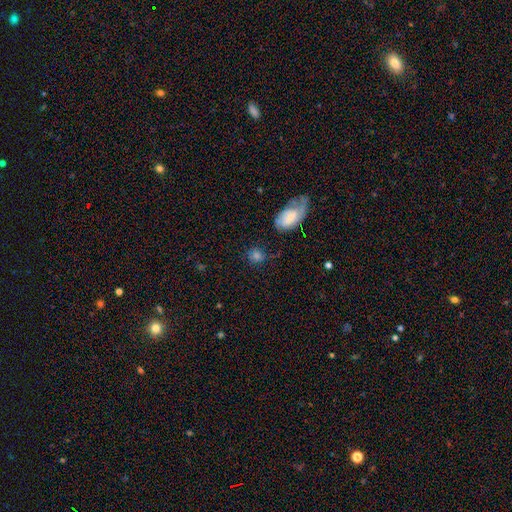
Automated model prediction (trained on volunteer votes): Overall: smooth (68%). How rounded: round (72%). Merging: none (69%).